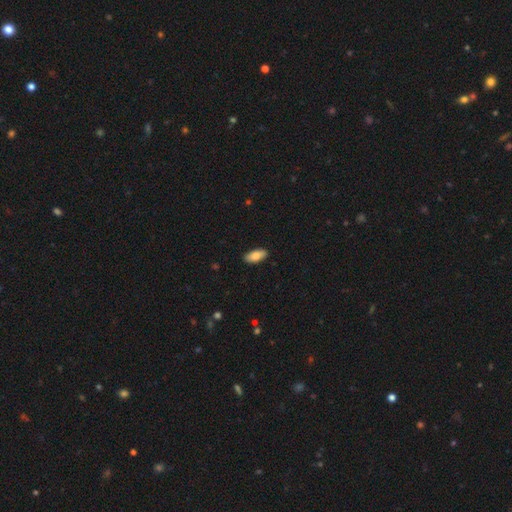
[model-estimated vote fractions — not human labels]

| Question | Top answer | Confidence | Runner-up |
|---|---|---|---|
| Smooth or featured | smooth | 80% | featured or disk (14%) |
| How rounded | in between | 87% | cigar-shaped (11%) |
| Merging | none | 89% | minor disturbance (8%) |